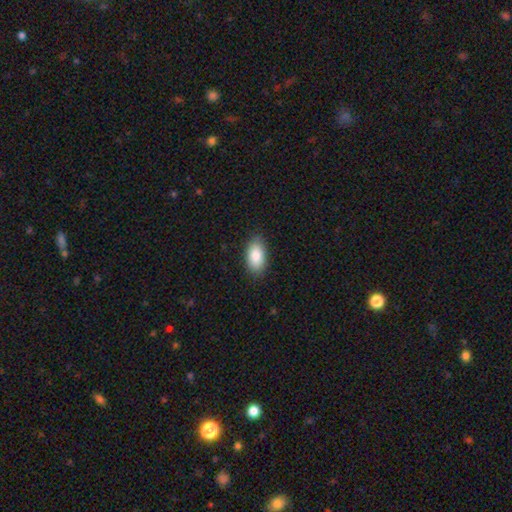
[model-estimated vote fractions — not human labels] Smooth or featured: smooth — 87% (star or artifact — 7%)
How rounded: in between — 94% (round — 3%)
Merging: none — 86% (minor disturbance — 10%)